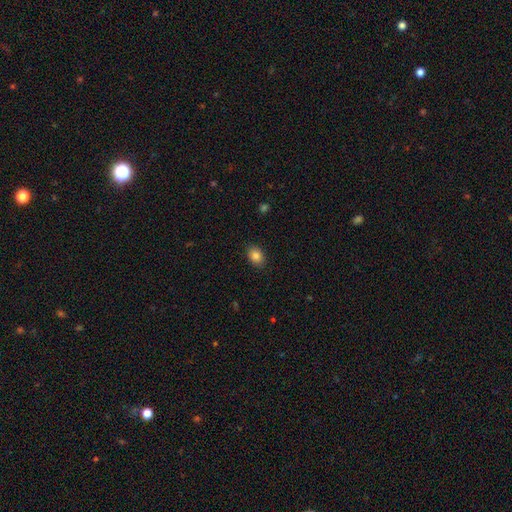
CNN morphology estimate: smooth_or_featured: smooth (p=0.85) [alt: star or artifact p=0.09]
how_rounded: in between (p=0.70) [alt: round p=0.29]
merging: none (p=0.89) [alt: minor disturbance p=0.08]